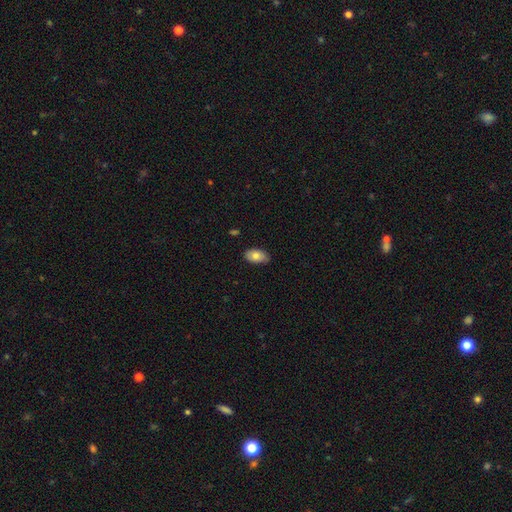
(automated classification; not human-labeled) smooth-or-featured: smooth: 77% | featured or disk: 16% | star or artifact: 7%
  how-rounded: in between: 93% | round: 5% | cigar-shaped: 2%
  merging: none: 79% | minor disturbance: 18% | major disturbance: 2% | merger: 1%